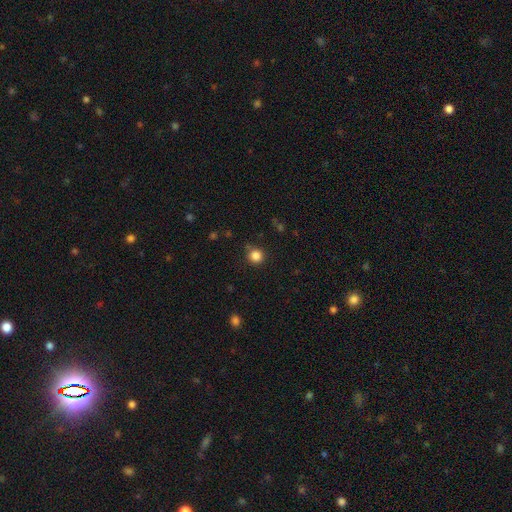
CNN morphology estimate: smooth 84%, star or artifact 12%, featured or disk 4%. Down the decision tree: how rounded — round (93%); merging — none (86%).